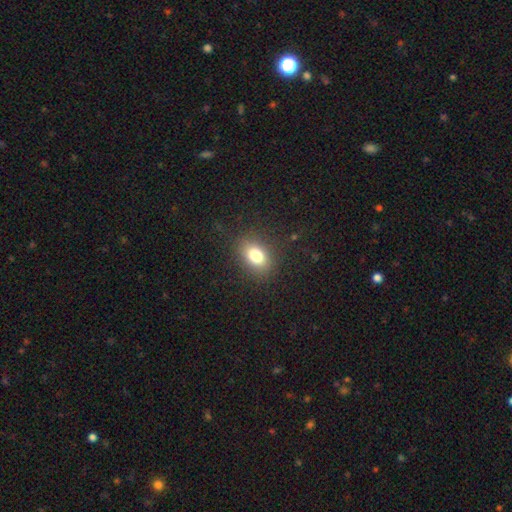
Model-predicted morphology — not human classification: type=smooth (80%); roundness=in between (76%); merging=none (85%).